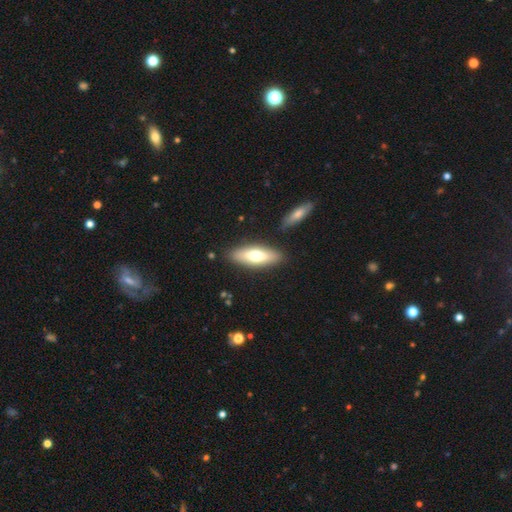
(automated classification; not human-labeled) The model was most divided on "how rounded": in between: 60%, cigar-shaped: 38%, round: 2%. More confident: merging — none (85%); smooth or featured — smooth (61%).